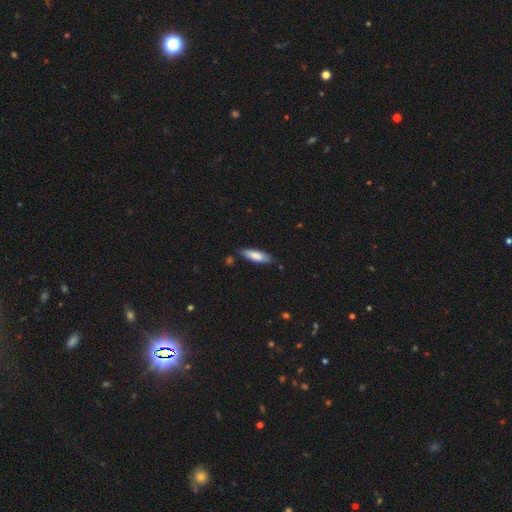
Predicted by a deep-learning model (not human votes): Smooth or featured?
  - smooth: 78% *
  - featured or disk: 16%
  - star or artifact: 6%
How rounded?
  - cigar-shaped: 50% *
  - in between: 49%
  - round: 2%
Merging?
  - none: 81% *
  - minor disturbance: 14%
  - merger: 3%
  - major disturbance: 2%